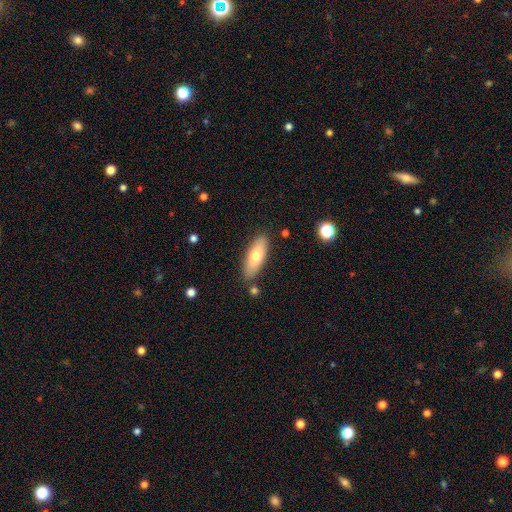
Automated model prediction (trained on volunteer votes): smooth-or-featured: smooth: 68% | featured or disk: 26% | star or artifact: 6%
  how-rounded: in between: 67% | cigar-shaped: 31% | round: 2%
  merging: none: 84% | minor disturbance: 11% | merger: 3% | major disturbance: 2%